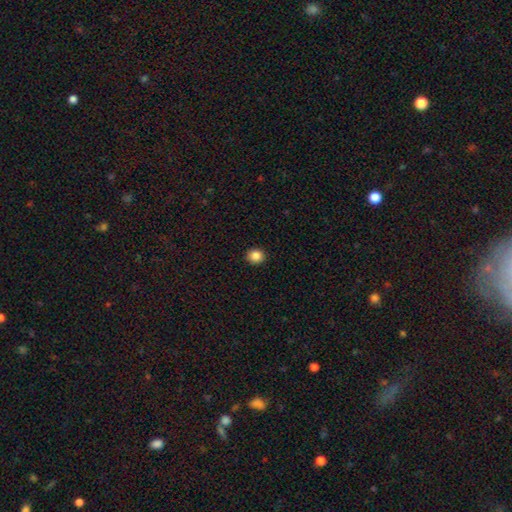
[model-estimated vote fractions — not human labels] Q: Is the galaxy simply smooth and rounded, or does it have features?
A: smooth — 86%.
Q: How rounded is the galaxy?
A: round — 79%.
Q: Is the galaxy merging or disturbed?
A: none — 92%.